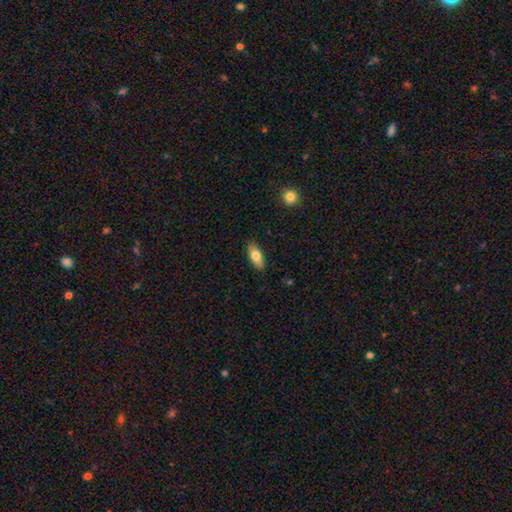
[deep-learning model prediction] A smooth galaxy with no disk features (74%) that is in between round and cigar-shaped (81%). Merging: none (87%).